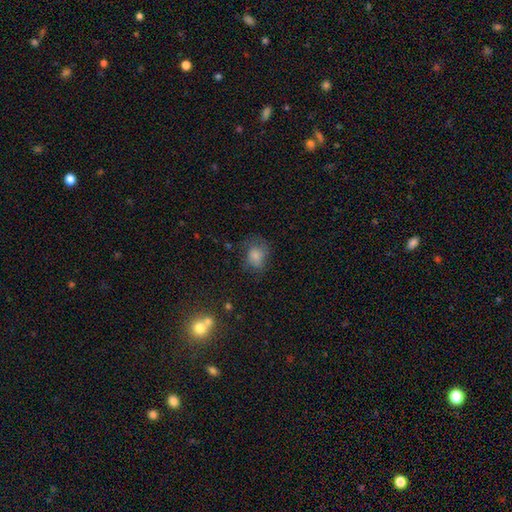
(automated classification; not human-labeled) Smooth or featured?
  - smooth: 76% *
  - featured or disk: 14%
  - star or artifact: 11%
How rounded?
  - round: 50% *
  - in between: 49%
  - cigar-shaped: 1%
Merging?
  - none: 54% *
  - minor disturbance: 27%
  - major disturbance: 18%
  - merger: 2%